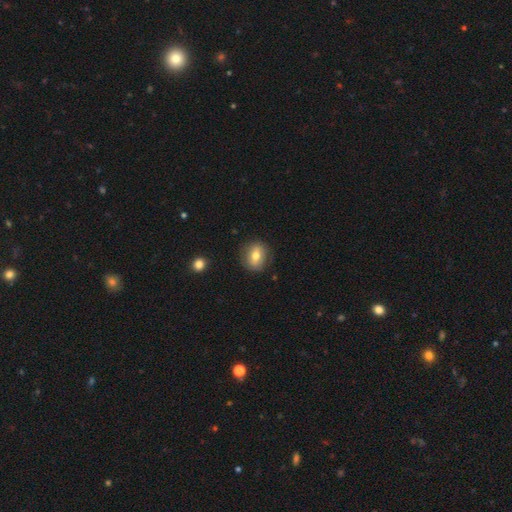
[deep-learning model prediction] smooth-or-featured: smooth: 67% | featured or disk: 25% | star or artifact: 9%
  how-rounded: round: 61% | in between: 37% | cigar-shaped: 2%
  merging: none: 84% | minor disturbance: 11% | major disturbance: 3% | merger: 1%